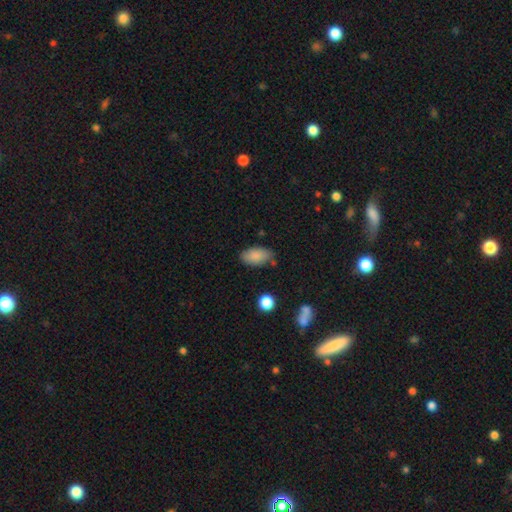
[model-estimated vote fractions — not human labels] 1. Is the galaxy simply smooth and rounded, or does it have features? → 86% smooth, 7% star or artifact, 6% featured or disk.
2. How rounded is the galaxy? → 93% in between, 4% round, 3% cigar-shaped.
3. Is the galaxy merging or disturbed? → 74% none, 19% minor disturbance, 4% major disturbance, 3% merger.